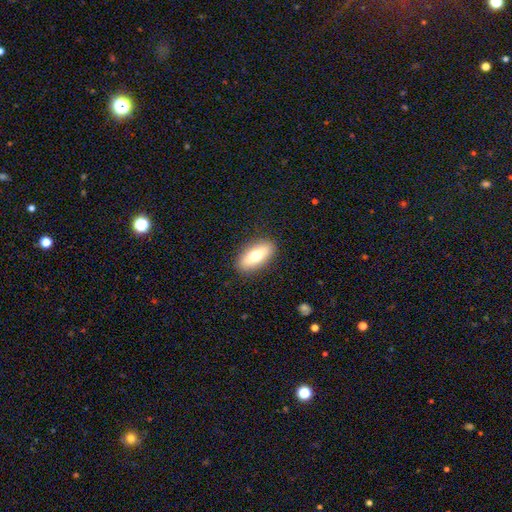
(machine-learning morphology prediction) smooth 68%, featured or disk 25%, star or artifact 7%. Down the decision tree: how rounded — in between (81%); merging — none (89%).